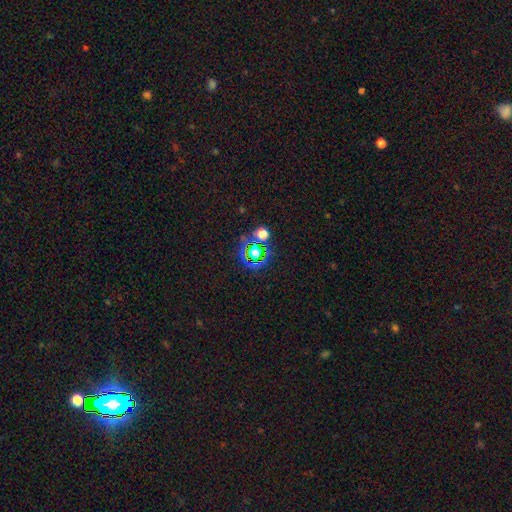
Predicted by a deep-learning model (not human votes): The model was most divided on "smooth or featured": star or artifact: 71%, smooth: 20%, featured or disk: 9%.